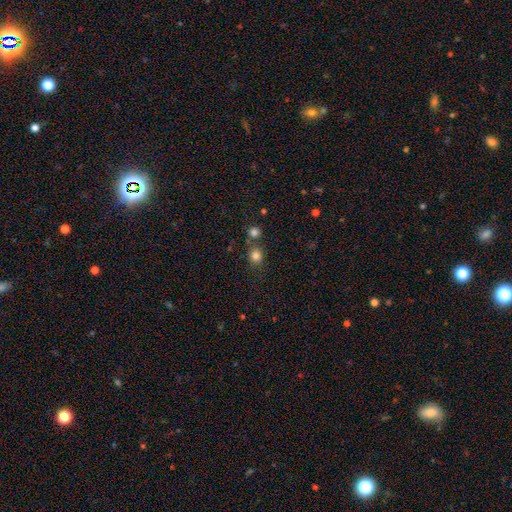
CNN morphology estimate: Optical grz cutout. It shows a smooth galaxy with no disk features (81%) that is round (81%). Merging: none (67%).